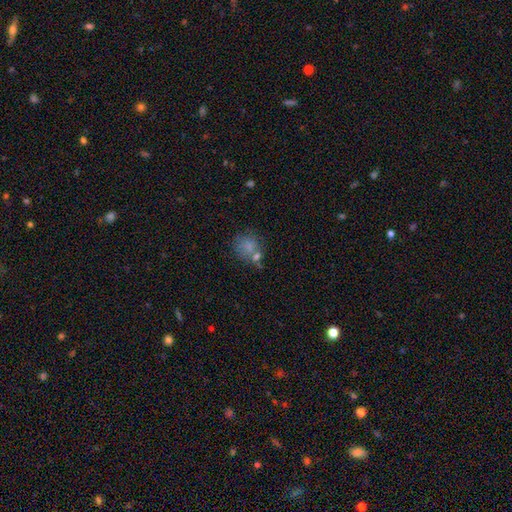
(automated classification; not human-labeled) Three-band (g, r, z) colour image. It shows a smooth galaxy with no disk features (64%) that is round (80%). Merging: none (60%).